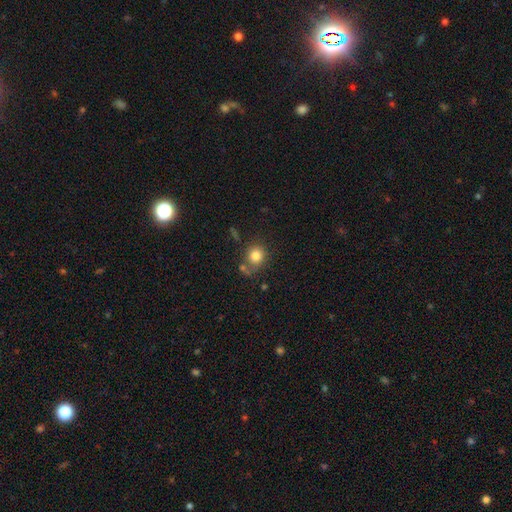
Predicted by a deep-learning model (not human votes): A smooth galaxy with no disk features (81%) that is round (80%). Merging: none (62%).